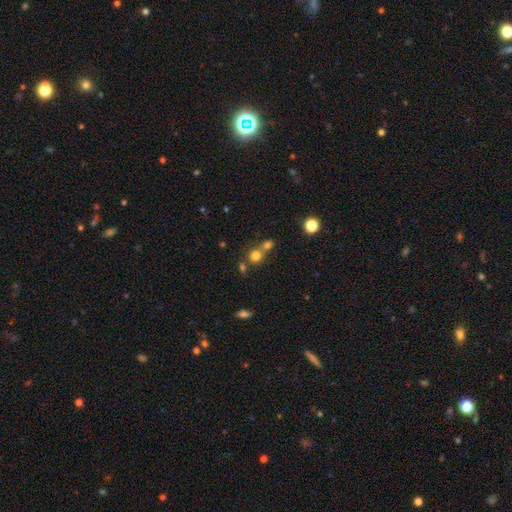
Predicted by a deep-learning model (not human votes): Smooth or featured: smooth — 76% (star or artifact — 16%)
How rounded: round — 84% (in between — 14%)
Merging: none — 48% (merger — 41%)